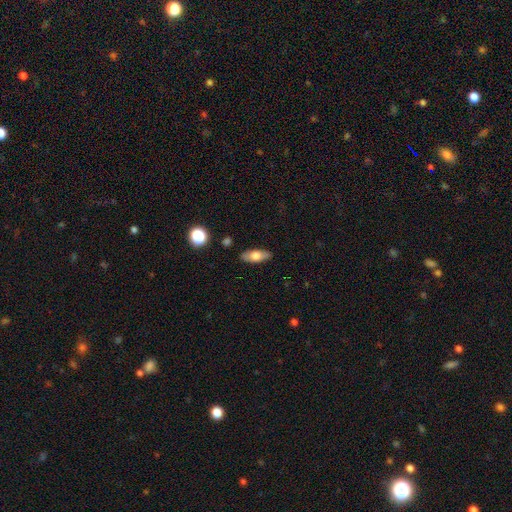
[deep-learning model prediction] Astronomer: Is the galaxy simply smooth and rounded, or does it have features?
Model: smooth — 66%.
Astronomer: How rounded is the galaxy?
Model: in between — 78%.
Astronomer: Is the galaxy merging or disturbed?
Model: none — 86%.